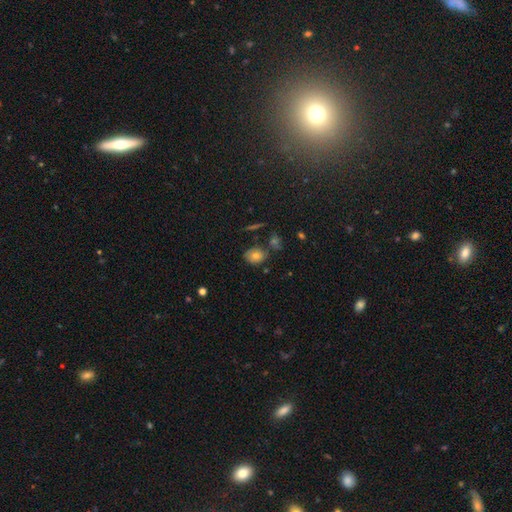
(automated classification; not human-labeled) Overall: smooth (72%). How rounded: in between (58%; round 41%). Merging: none (72%).